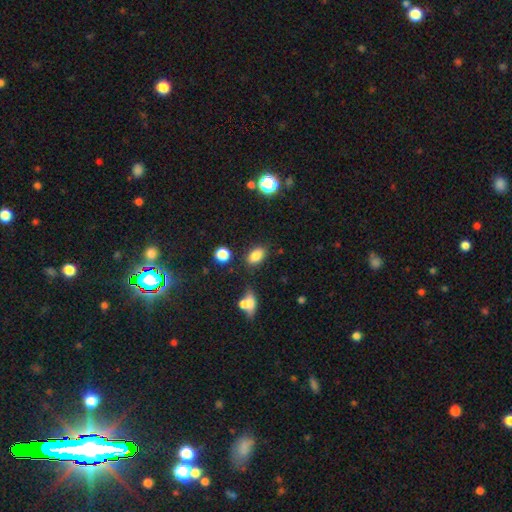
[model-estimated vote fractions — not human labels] smooth-or-featured: smooth: 82% | star or artifact: 11% | featured or disk: 7%
  how-rounded: in between: 84% | round: 14% | cigar-shaped: 2%
  merging: none: 79% | minor disturbance: 12% | merger: 5% | major disturbance: 4%